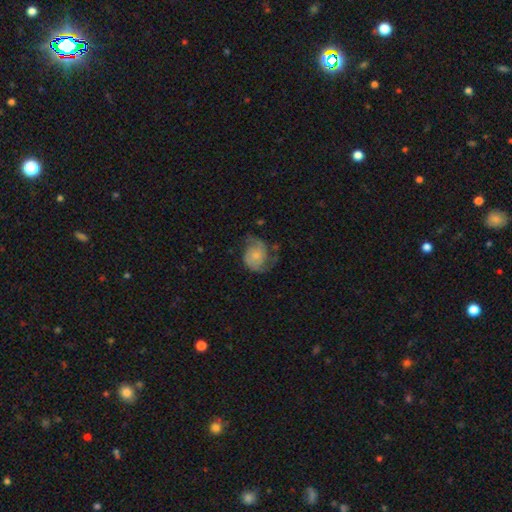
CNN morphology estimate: smooth-or-featured: featured or disk: 62% | smooth: 31% | star or artifact: 7%
  disk-edge-on: no: 98% | yes: 2%
    bar: no: 77% | weak: 20% | strong: 3%
    has-spiral-arms: yes: 87% | no: 13%
      spiral-winding: medium: 43% | loose: 32% | tight: 25%
      spiral-arm-count: 2: 79% | can't tell: 10% | 1: 6% | 3: 3% | 4: 1% | more than 4: 1%
    bulge-size: small: 44% | moderate: 26% | none: 20% | large: 7% | dominant: 2%
  merging: none: 50% | minor disturbance: 27% | major disturbance: 21% | merger: 2%